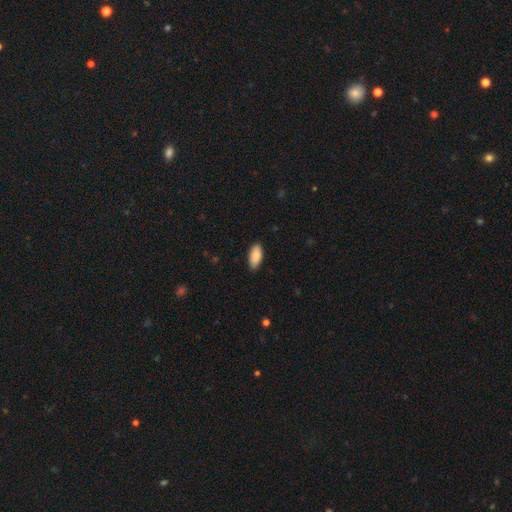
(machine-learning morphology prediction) A smooth galaxy with no disk features (89%) that is in between round and cigar-shaped (91%). Merging: none (87%).